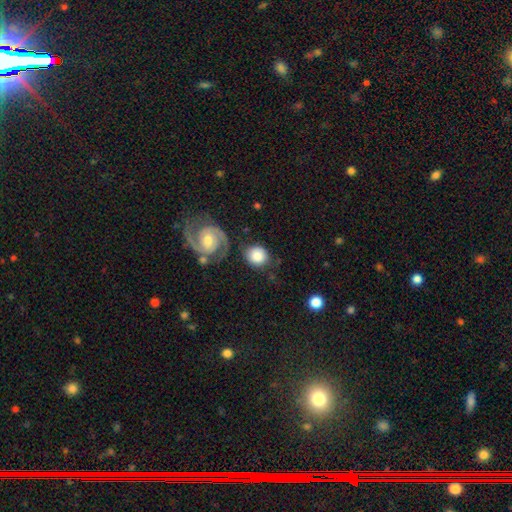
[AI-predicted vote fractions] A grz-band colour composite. It shows a smooth galaxy with no disk features (71%) that is round (87%). Merging: none (66%).